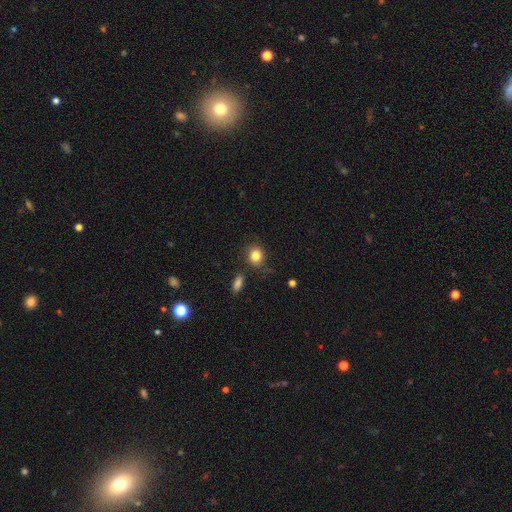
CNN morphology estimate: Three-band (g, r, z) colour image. It shows a smooth galaxy with no disk features (83%) that is round (76%). Merging: none (77%).